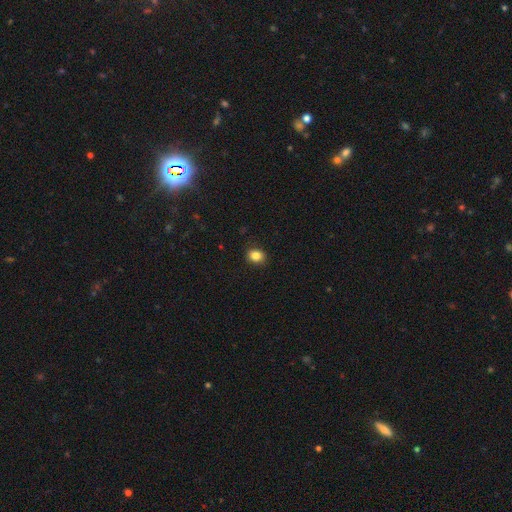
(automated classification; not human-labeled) This is clearly a smooth galaxy (85%). How rounded: possibly round (58%). Merging: clearly none (89%).